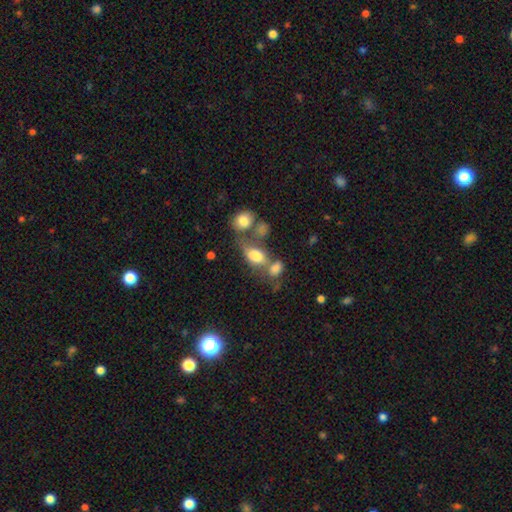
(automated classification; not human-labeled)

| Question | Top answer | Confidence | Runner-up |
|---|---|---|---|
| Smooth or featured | smooth | 73% | featured or disk (16%) |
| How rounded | in between | 80% | round (16%) |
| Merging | merger | 43% | none (30%) |